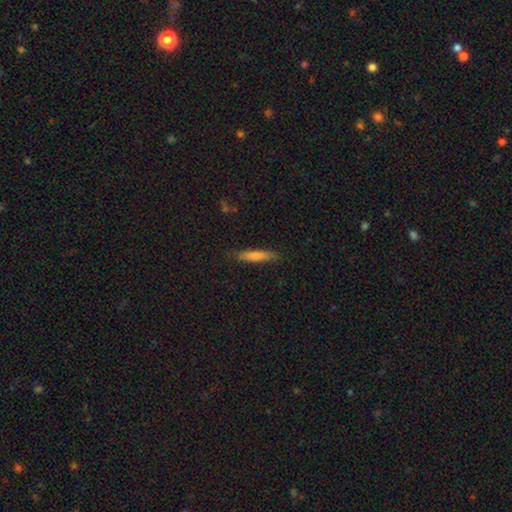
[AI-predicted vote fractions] Smooth or featured? smooth (79%)
How rounded? cigar-shaped (87%)
Merging? none (84%)